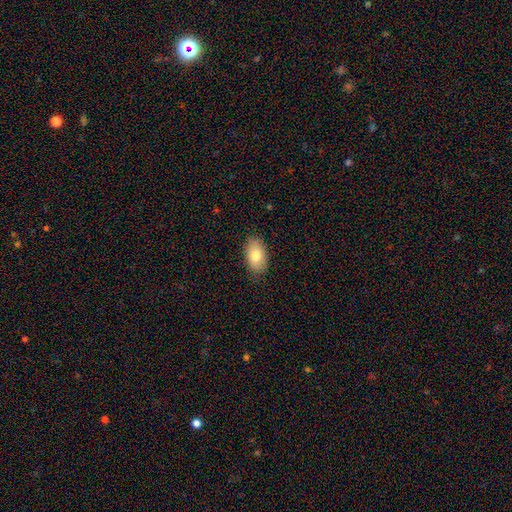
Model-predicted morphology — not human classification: This appears to be a smooth galaxy with no disk features (79%) that is in between round and cigar-shaped (93%). Merging: none (86%).